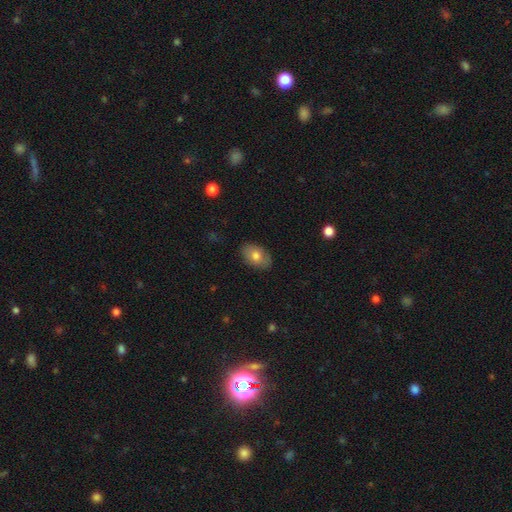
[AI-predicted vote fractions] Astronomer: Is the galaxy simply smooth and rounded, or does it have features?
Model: smooth — 75%.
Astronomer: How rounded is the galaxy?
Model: in between — 87%.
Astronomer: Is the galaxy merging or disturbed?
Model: none — 84%.